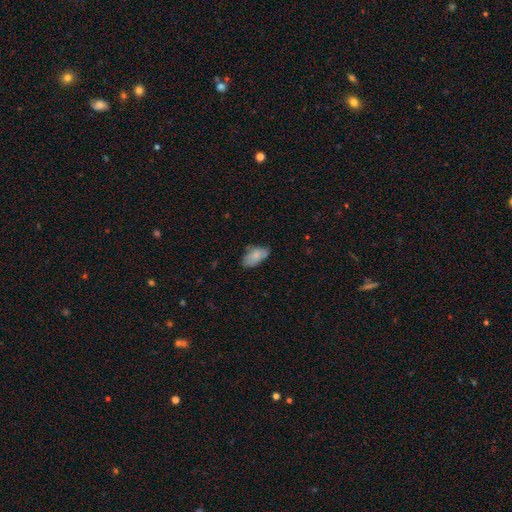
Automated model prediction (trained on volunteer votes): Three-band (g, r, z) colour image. It shows a smooth galaxy with no disk features (79%) that is in between round and cigar-shaped (93%). Merging: none (59%).